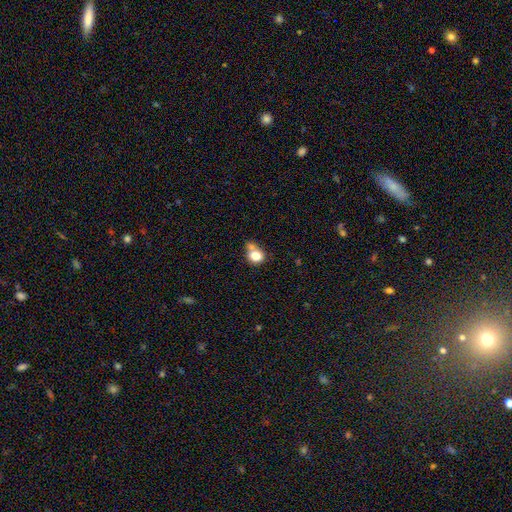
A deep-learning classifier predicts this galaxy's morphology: smooth_or_featured: smooth (p=0.78) [alt: featured or disk p=0.12]
how_rounded: round (p=0.68) [alt: in between p=0.31]
merging: none (p=0.39) [alt: merger p=0.38]